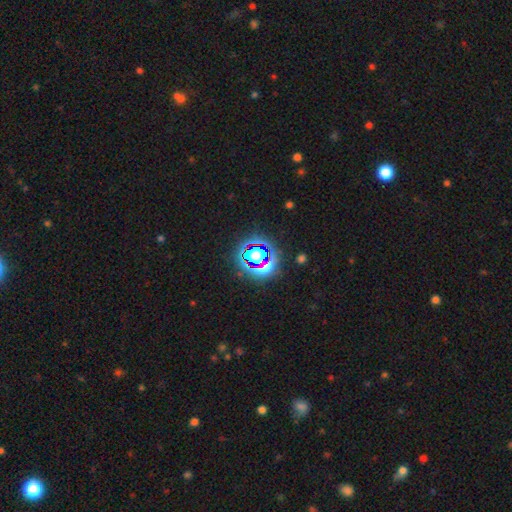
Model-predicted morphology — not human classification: The model was most divided on "smooth or featured": star or artifact: 66%, smooth: 23%, featured or disk: 11%.